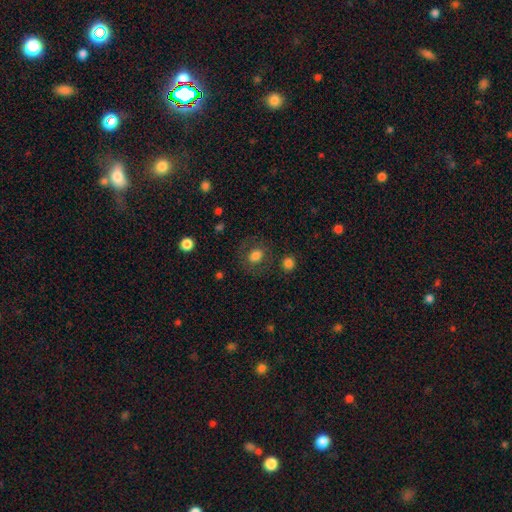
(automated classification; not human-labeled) This is likely a smooth galaxy (74%). How rounded: likely round (62%). Merging: likely none (77%).